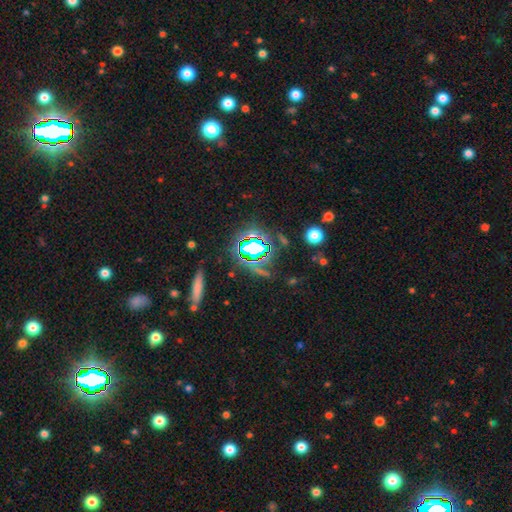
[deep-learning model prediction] smooth-or-featured: star or artifact: 74% | smooth: 14% | featured or disk: 12%